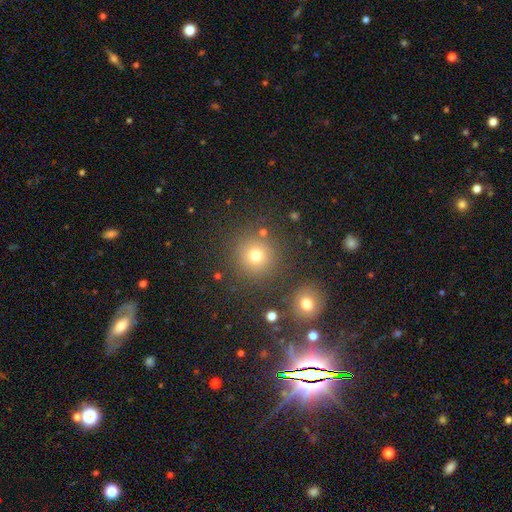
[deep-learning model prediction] Q: Smooth or featured?
A: smooth (74%); runner-up: star or artifact (18%)
Q: How rounded?
A: round (94%); runner-up: in between (5%)
Q: Merging?
A: none (83%); runner-up: minor disturbance (7%)